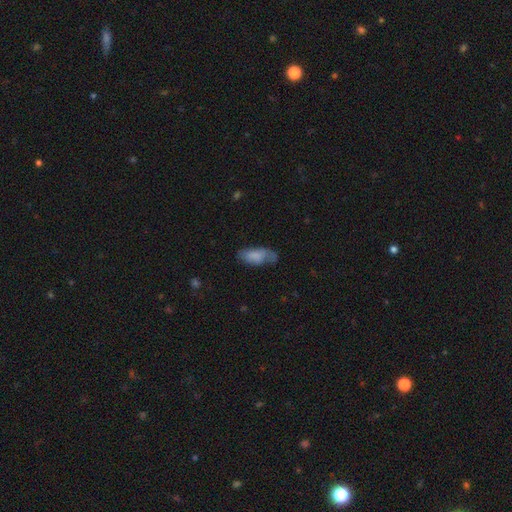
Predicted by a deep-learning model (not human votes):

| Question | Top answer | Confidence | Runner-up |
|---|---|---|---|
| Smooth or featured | smooth | 73% | featured or disk (19%) |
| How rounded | in between | 83% | cigar-shaped (15%) |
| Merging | none | 48% | minor disturbance (32%) |